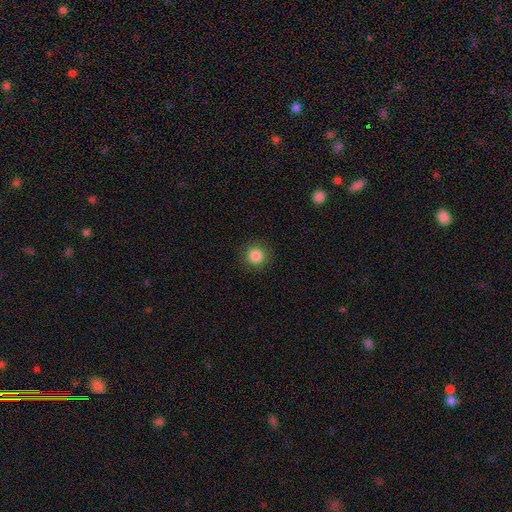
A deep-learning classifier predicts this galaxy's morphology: This appears to be a smooth galaxy with no disk features (86%) that is round (94%). Merging: none (91%).